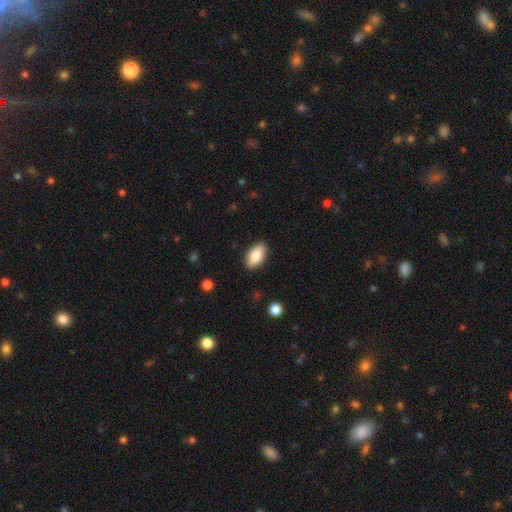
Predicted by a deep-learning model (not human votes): smooth_or_featured: smooth (p=0.85) [alt: featured or disk p=0.09]
how_rounded: in between (p=0.93) [alt: round p=0.04]
merging: none (p=0.88) [alt: minor disturbance p=0.09]